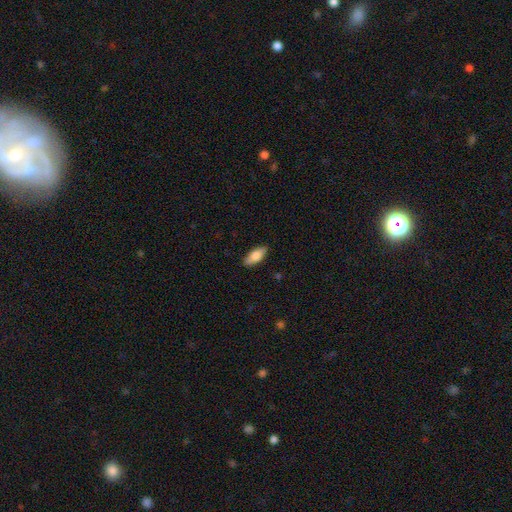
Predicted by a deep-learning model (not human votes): Overall: smooth (79%). How rounded: in between (81%). Merging: none (88%).